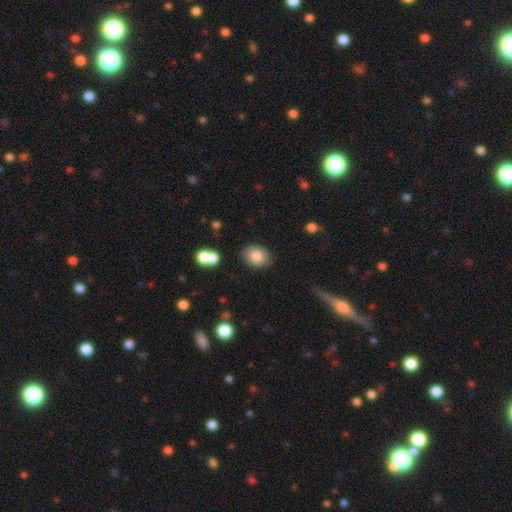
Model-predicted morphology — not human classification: Smooth or featured?
  - smooth: 83% *
  - featured or disk: 9%
  - star or artifact: 8%
How rounded?
  - in between: 66% *
  - round: 33%
  - cigar-shaped: 1%
Merging?
  - none: 83% *
  - minor disturbance: 11%
  - merger: 4%
  - major disturbance: 3%